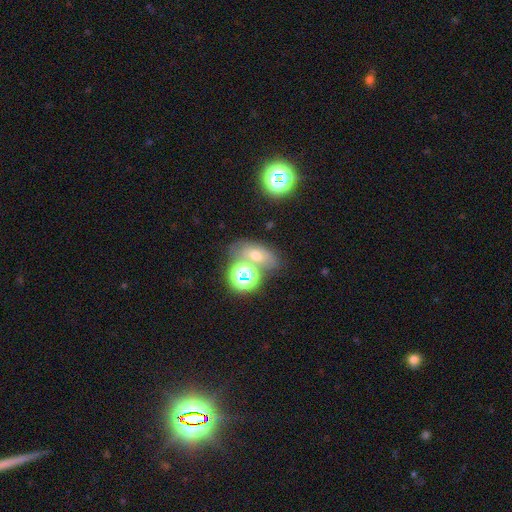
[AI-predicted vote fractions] This appears to be a smooth galaxy with no disk features (51%) that is in between round and cigar-shaped (67%). Merging: none (55%).